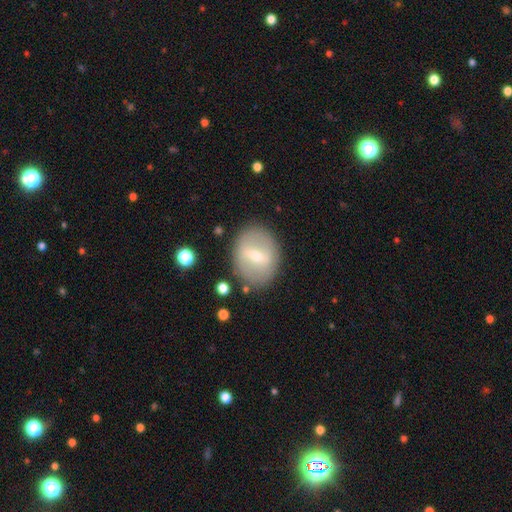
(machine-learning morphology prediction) Smooth or featured?
  - featured or disk: 48% *
  - smooth: 45%
  - star or artifact: 7%
Merging?
  - none: 80% *
  - minor disturbance: 13%
  - major disturbance: 5%
  - merger: 2%